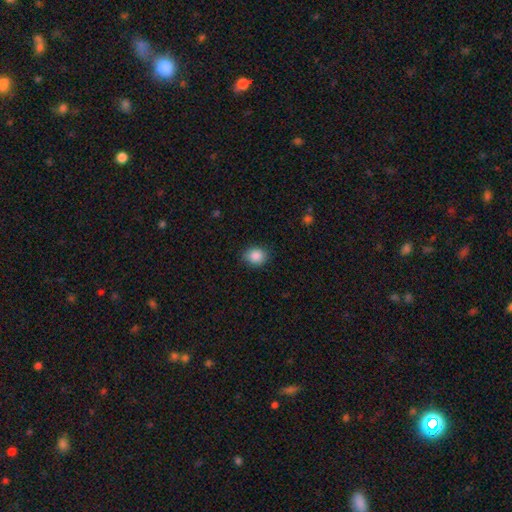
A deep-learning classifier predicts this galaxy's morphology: Q: Smooth or featured?
A: smooth (88%); runner-up: star or artifact (9%)
Q: How rounded?
A: round (63%); runner-up: in between (36%)
Q: Merging?
A: none (84%); runner-up: minor disturbance (12%)